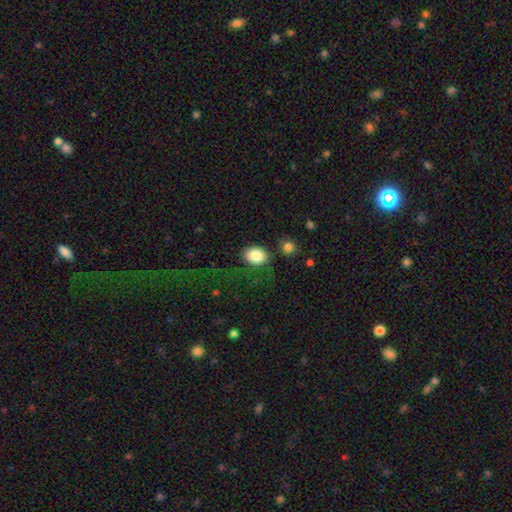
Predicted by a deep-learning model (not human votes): Smooth or featured?
  - smooth: 84% *
  - star or artifact: 8%
  - featured or disk: 8%
How rounded?
  - in between: 65% *
  - round: 34%
  - cigar-shaped: 1%
Merging?
  - none: 75% *
  - minor disturbance: 13%
  - major disturbance: 6%
  - merger: 6%